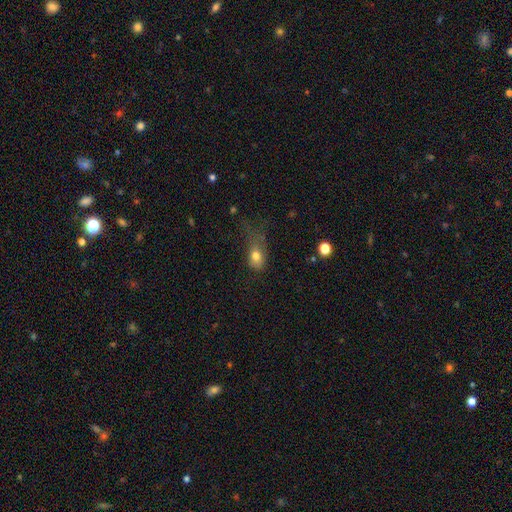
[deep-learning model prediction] A smooth galaxy with no disk features (76%) that is in between round and cigar-shaped (75%). Merging: major disturbance (41%).